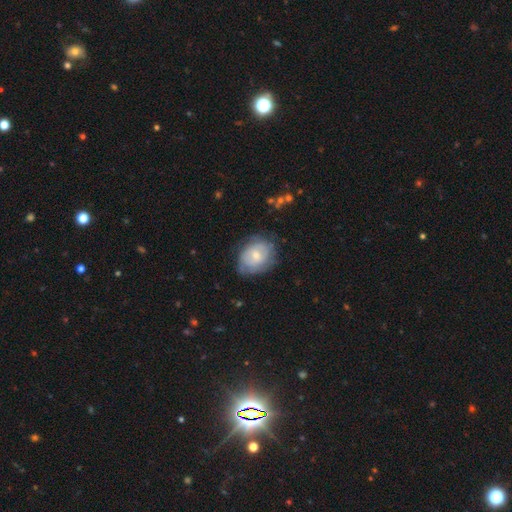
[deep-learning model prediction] Smooth or featured?
  - smooth: 51% *
  - featured or disk: 42%
  - star or artifact: 7%
How rounded?
  - in between: 52% *
  - round: 47%
  - cigar-shaped: 1%
Merging?
  - none: 65% *
  - minor disturbance: 25%
  - major disturbance: 9%
  - merger: 2%